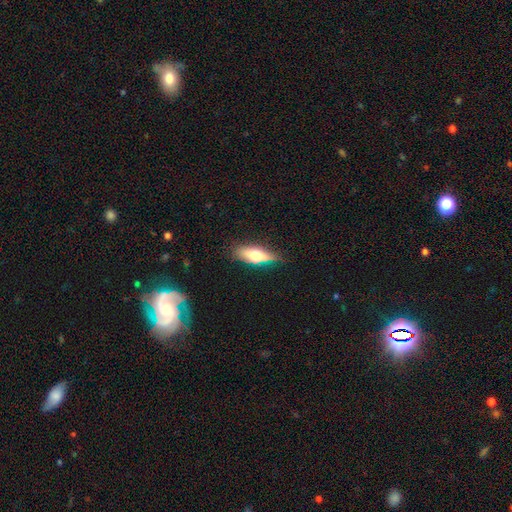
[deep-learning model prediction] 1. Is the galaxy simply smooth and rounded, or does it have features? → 63% smooth, 30% featured or disk, 7% star or artifact.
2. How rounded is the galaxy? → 63% in between, 34% cigar-shaped, 3% round.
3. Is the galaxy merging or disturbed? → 76% none, 19% minor disturbance, 4% major disturbance, 2% merger.